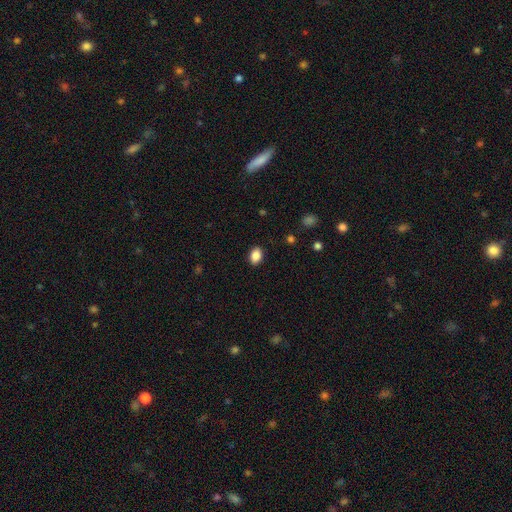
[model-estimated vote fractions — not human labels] A smooth galaxy with no disk features (87%) that is in between round and cigar-shaped (81%).

Vote fractions:
- Smooth or featured? smooth: 87% / star or artifact: 8% / featured or disk: 5%
- How rounded? in between: 81% / round: 17% / cigar-shaped: 1%
- Merging? none: 89% / minor disturbance: 8% / major disturbance: 2% / merger: 1%